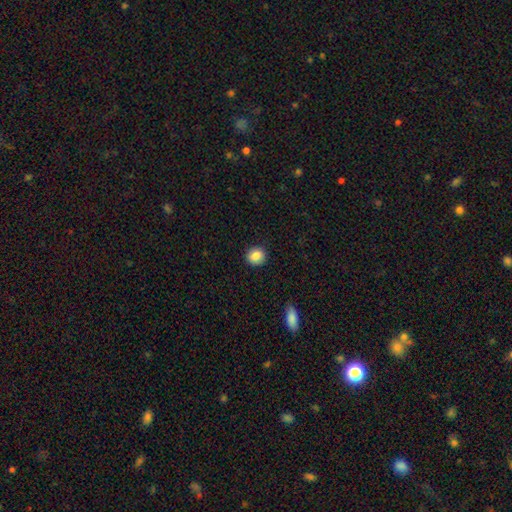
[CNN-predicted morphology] type=smooth (86%); roundness=round (82%); merging=none (90%).